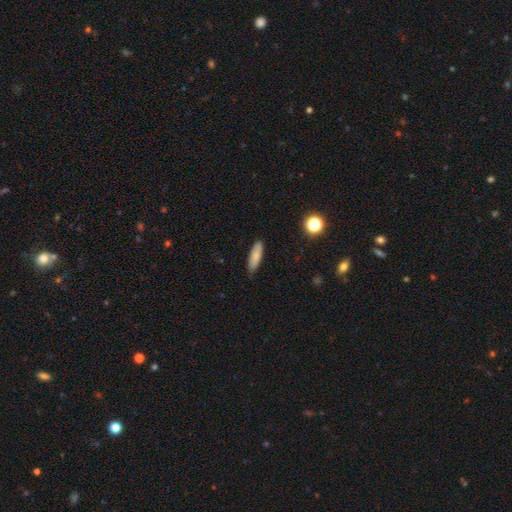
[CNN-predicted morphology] A smooth galaxy with no disk features (82%) that is cigar-shaped (53%). Merging: none (83%).